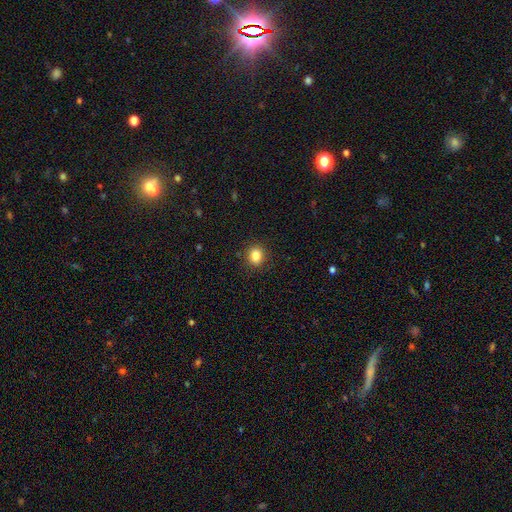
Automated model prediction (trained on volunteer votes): This is clearly a smooth galaxy (85%). How rounded: possibly round (56%). Merging: clearly none (89%).